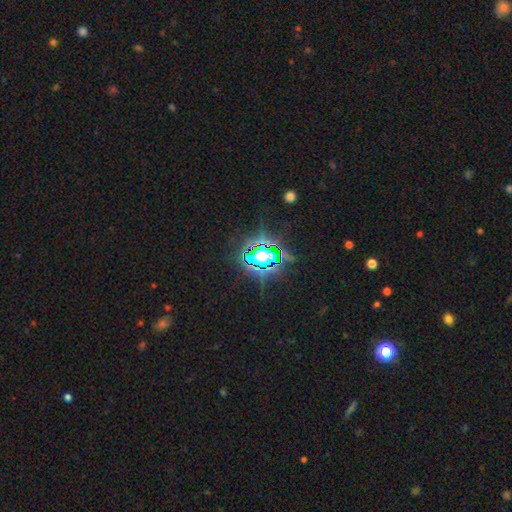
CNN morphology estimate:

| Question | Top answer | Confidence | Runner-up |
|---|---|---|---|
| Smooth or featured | star or artifact | 78% | smooth (12%) |